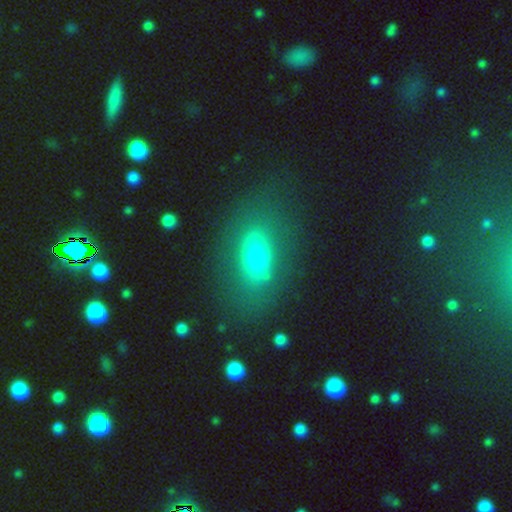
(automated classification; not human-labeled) Overall: smooth (64%; featured or disk 26%). How rounded: in between (81%). Merging: none (72%).